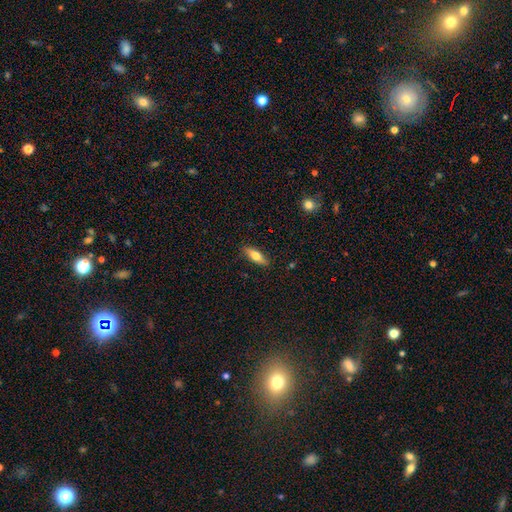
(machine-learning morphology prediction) A smooth galaxy with no disk features (68%) that is in between round and cigar-shaped (52%).

Vote fractions:
- Smooth or featured? smooth: 68% / featured or disk: 26% / star or artifact: 6%
- How rounded? in between: 52% / cigar-shaped: 46% / round: 3%
- Merging? none: 87% / minor disturbance: 10% / major disturbance: 2% / merger: 1%